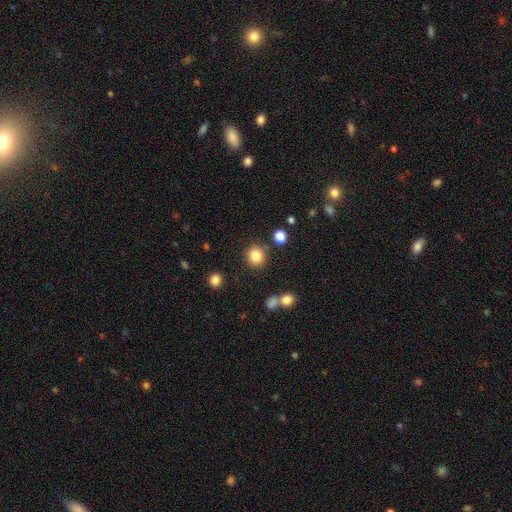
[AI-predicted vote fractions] Smooth or featured? Predicted: smooth (p=0.84). How rounded? Predicted: round (p=0.85). Merging? Predicted: none (p=0.84).